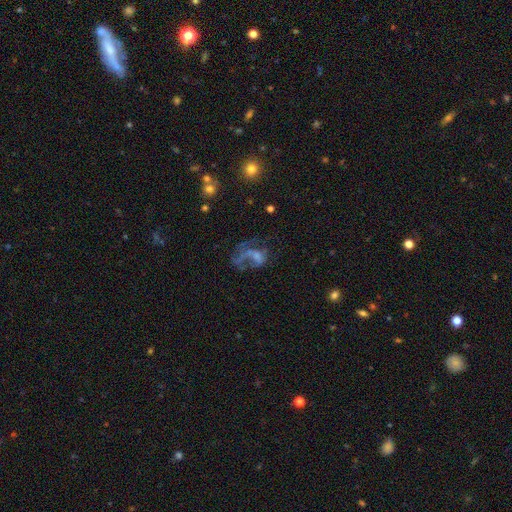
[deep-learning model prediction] Smooth or featured? featured or disk (51%)
Edge-on disk? no (97%)
Merging? major disturbance (47%)